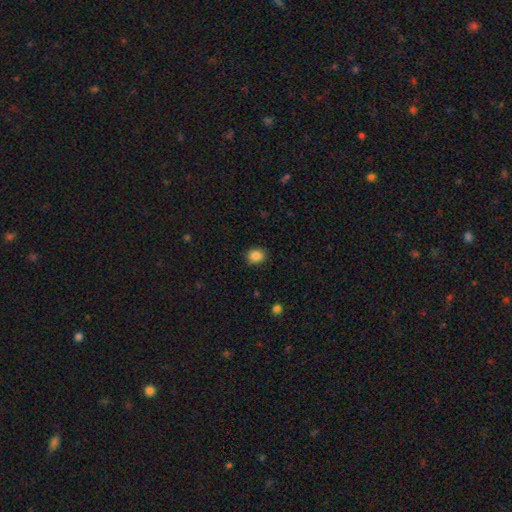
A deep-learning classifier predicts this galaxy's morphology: Smooth or featured: smooth — 87% (star or artifact — 10%)
How rounded: round — 62% (in between — 37%)
Merging: none — 88% (minor disturbance — 8%)